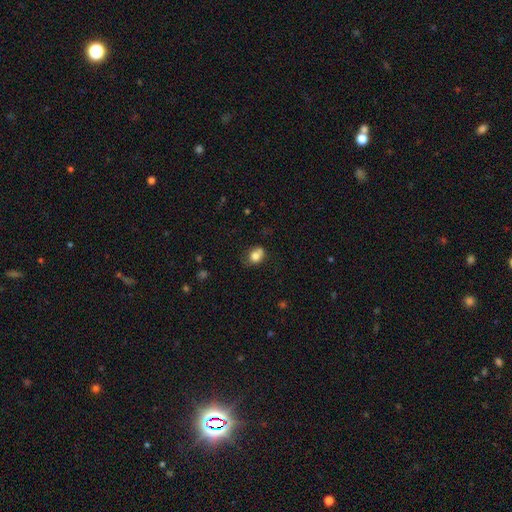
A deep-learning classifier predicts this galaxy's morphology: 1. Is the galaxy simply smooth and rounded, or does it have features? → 77% smooth, 13% featured or disk, 10% star or artifact.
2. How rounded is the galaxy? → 51% in between, 48% round, 1% cigar-shaped.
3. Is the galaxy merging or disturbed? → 46% none, 24% minor disturbance, 21% merger, 9% major disturbance.